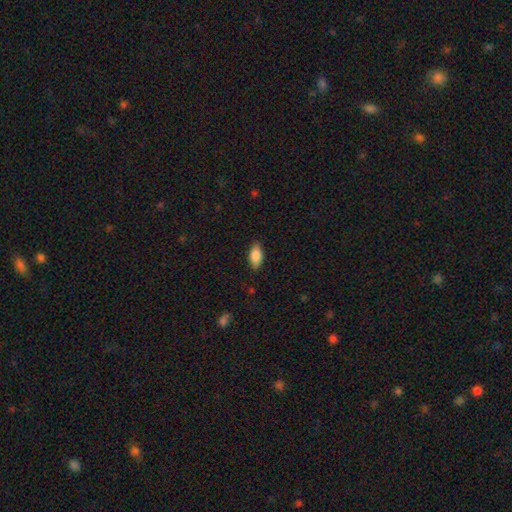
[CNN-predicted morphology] A smooth galaxy with no disk features (86%) that is in between round and cigar-shaped (91%). Merging: none (85%).